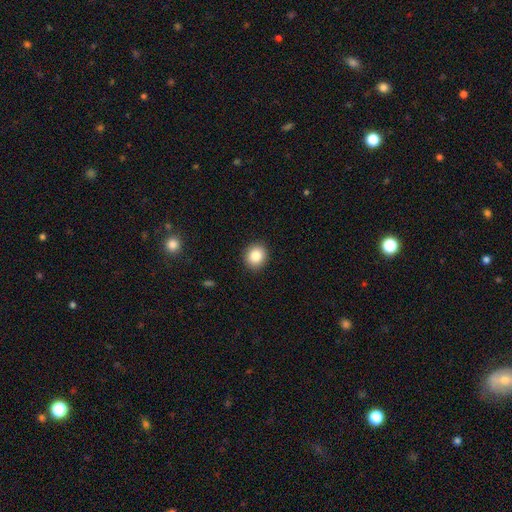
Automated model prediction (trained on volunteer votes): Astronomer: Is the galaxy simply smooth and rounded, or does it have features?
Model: smooth — 86%.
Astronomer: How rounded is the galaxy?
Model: round — 80%.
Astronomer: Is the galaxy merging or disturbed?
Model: none — 91%.